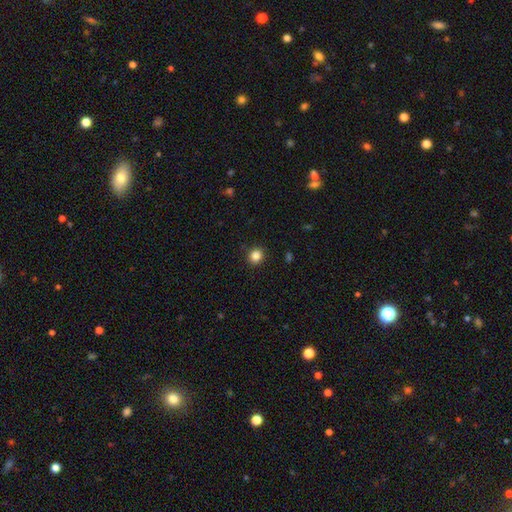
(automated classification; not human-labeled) Q: Smooth or featured?
A: smooth (86%); runner-up: star or artifact (11%)
Q: How rounded?
A: round (84%); runner-up: in between (15%)
Q: Merging?
A: none (91%); runner-up: minor disturbance (6%)